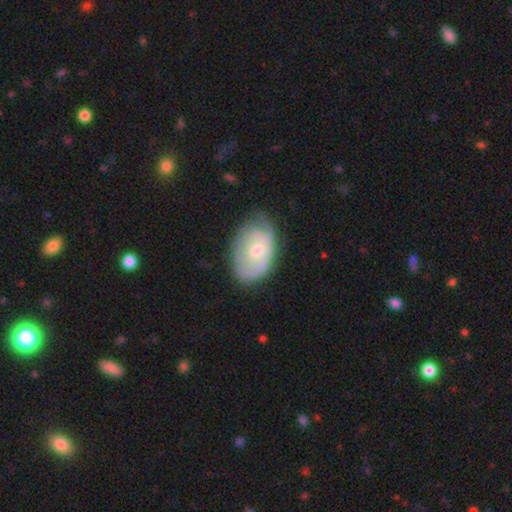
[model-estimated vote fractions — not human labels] Smooth or featured? featured or disk (52%)
Edge-on disk? no (94%)
Merging? none (61%)